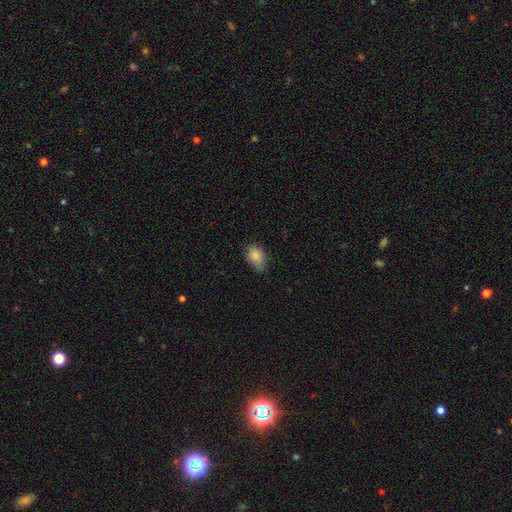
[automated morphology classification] A smooth galaxy with no disk features (85%) that is in between round and cigar-shaped (82%).

Vote fractions:
- Smooth or featured? smooth: 85% / star or artifact: 8% / featured or disk: 7%
- How rounded? in between: 82% / round: 17% / cigar-shaped: 1%
- Merging? none: 63% / minor disturbance: 30% / major disturbance: 5% / merger: 1%